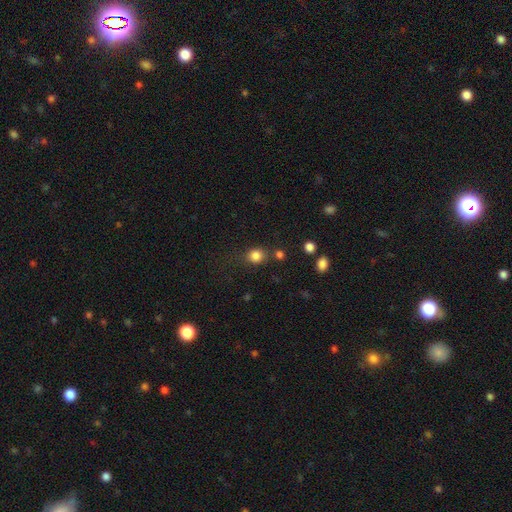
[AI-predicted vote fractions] Overall: smooth (83%). How rounded: round (78%). Merging: none (73%).